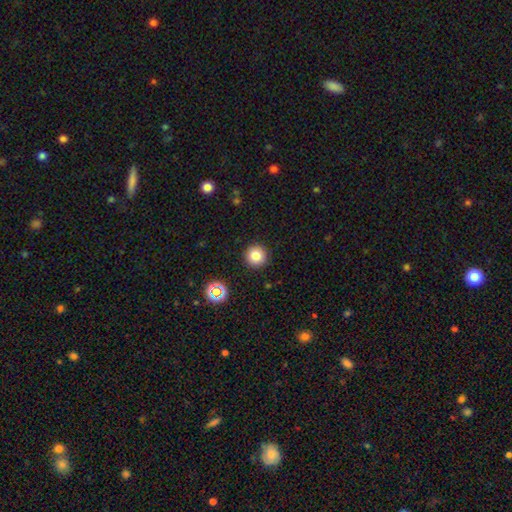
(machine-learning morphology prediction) Smooth or featured?
  - smooth: 81% *
  - star or artifact: 13%
  - featured or disk: 6%
How rounded?
  - round: 95% *
  - in between: 4%
  - cigar-shaped: 1%
Merging?
  - none: 91% *
  - minor disturbance: 6%
  - major disturbance: 2%
  - merger: 1%